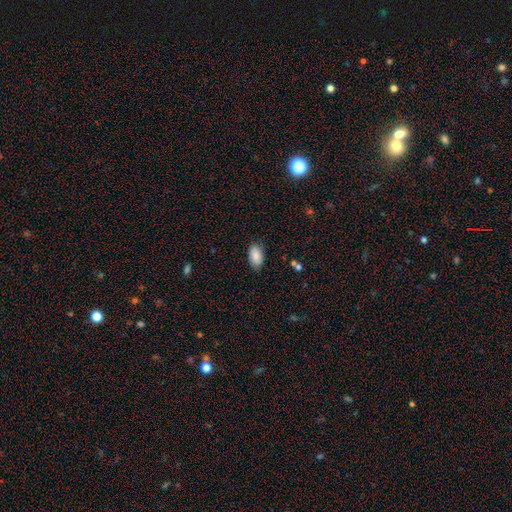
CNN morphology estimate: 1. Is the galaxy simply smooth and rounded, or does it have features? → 84% smooth, 9% featured or disk, 7% star or artifact.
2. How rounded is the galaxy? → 94% in between, 5% round, 2% cigar-shaped.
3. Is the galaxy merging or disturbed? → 81% none, 15% minor disturbance, 3% major disturbance, 1% merger.